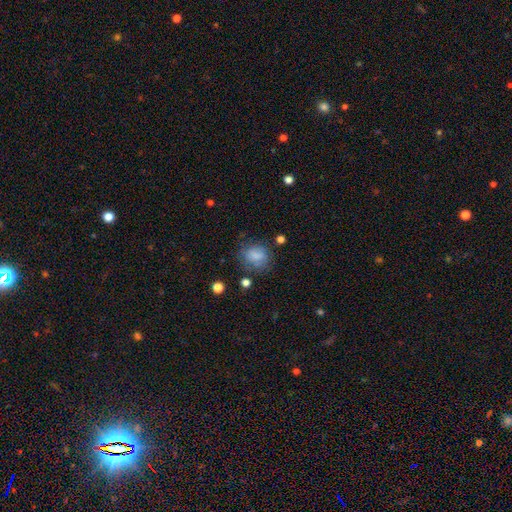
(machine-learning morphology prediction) A smooth galaxy with no disk features (73%) that is round (57%).

Vote fractions:
- Smooth or featured? smooth: 73% / featured or disk: 15% / star or artifact: 12%
- How rounded? round: 57% / in between: 41% / cigar-shaped: 1%
- Merging? none: 58% / minor disturbance: 23% / major disturbance: 14% / merger: 5%